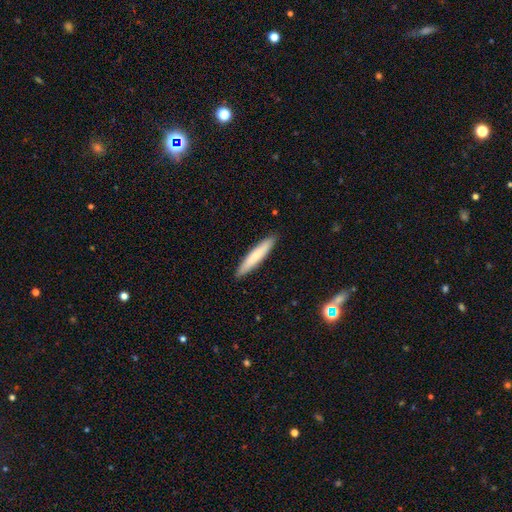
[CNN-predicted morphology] Smooth or featured? smooth (74%)
How rounded? cigar-shaped (92%)
Merging? none (91%)